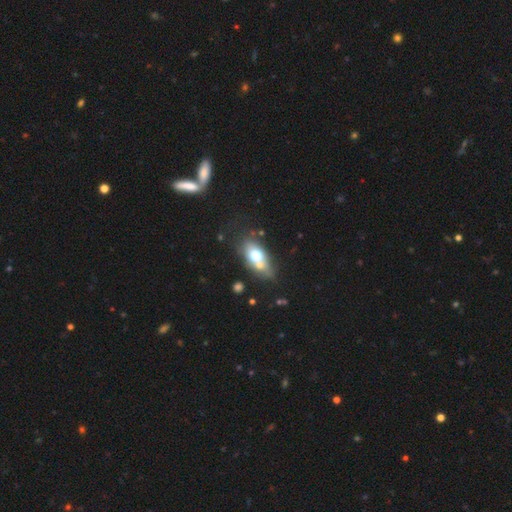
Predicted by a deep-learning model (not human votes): This is likely a smooth galaxy (62%). How rounded: clearly in between (80%). Merging: possibly none (47%).